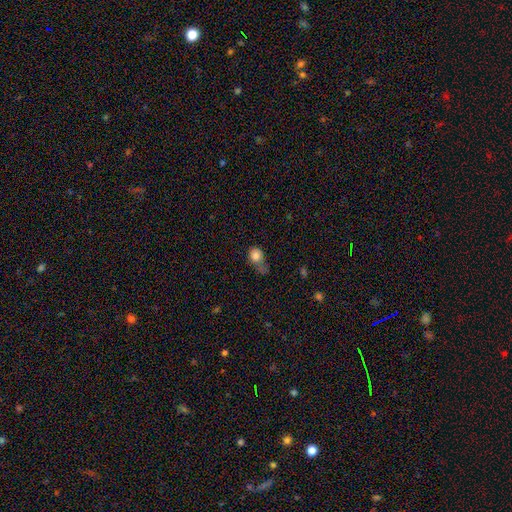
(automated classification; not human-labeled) Smooth or featured? smooth (79%)
How rounded? round (55%)
Merging? major disturbance (37%)